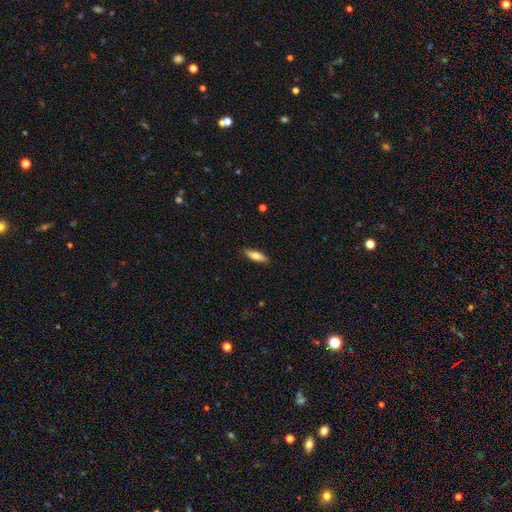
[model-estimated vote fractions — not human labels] Morphology: type=smooth (75%); roundness=cigar-shaped (51%); merging=none (89%).